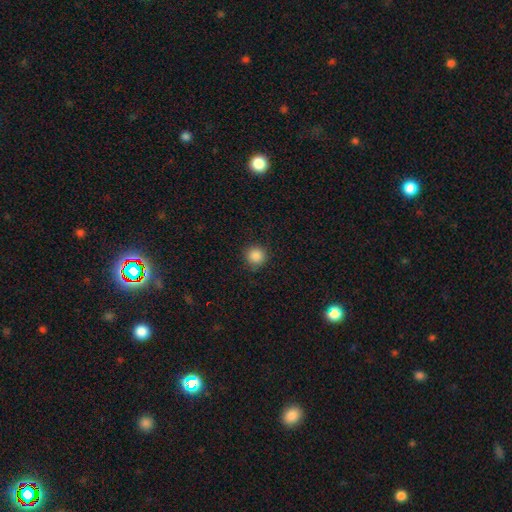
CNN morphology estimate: smooth-or-featured: smooth: 87% | star or artifact: 10% | featured or disk: 3%
  how-rounded: round: 94% | in between: 5% | cigar-shaped: 1%
  merging: none: 88% | minor disturbance: 8% | major disturbance: 2% | merger: 1%